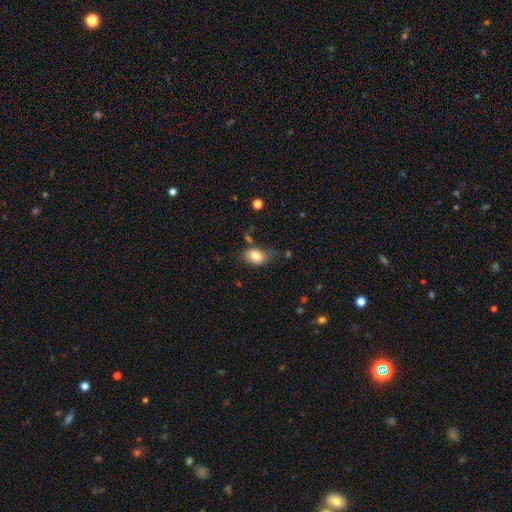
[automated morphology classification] A smooth galaxy with no disk features (81%) that is in between round and cigar-shaped (84%). Merging: none (53%).